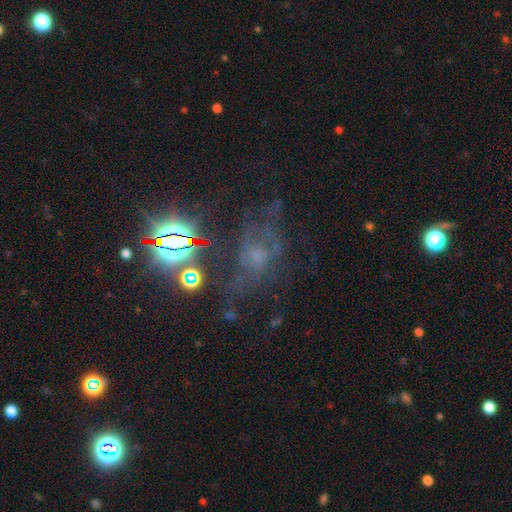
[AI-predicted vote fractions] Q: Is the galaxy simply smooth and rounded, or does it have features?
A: star or artifact — 45%.